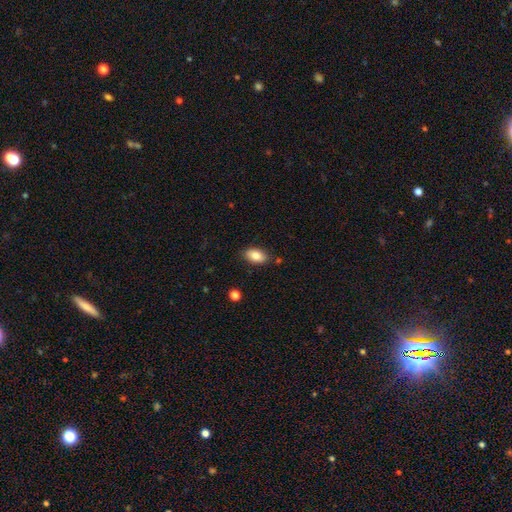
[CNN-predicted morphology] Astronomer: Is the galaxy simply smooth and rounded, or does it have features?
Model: smooth — 84%.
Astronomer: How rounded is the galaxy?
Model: in between — 92%.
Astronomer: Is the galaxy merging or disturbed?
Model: none — 84%.